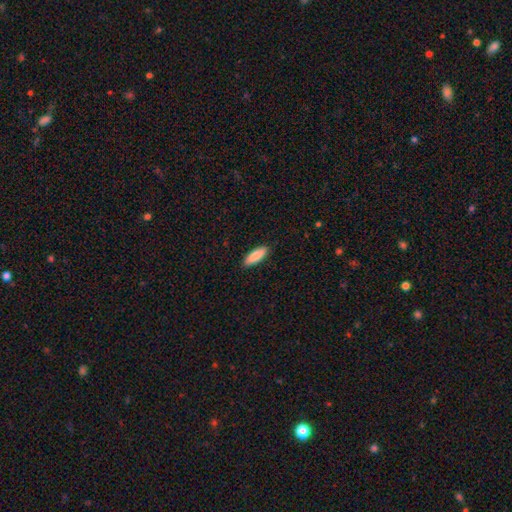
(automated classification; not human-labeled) Smooth or featured? smooth (89%)
How rounded? in between (52%)
Merging? none (90%)